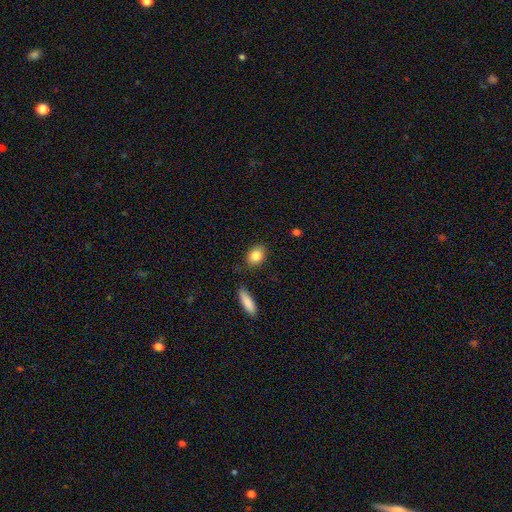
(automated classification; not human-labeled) Overall: smooth (85%). How rounded: in between (69%). Merging: none (80%).